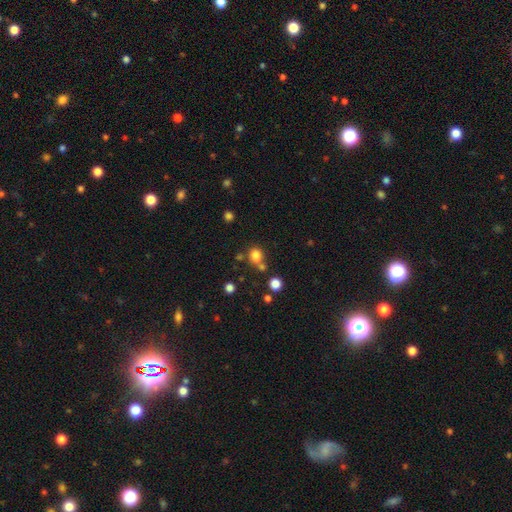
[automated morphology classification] Smooth or featured? smooth (79%)
How rounded? round (79%)
Merging? none (57%)